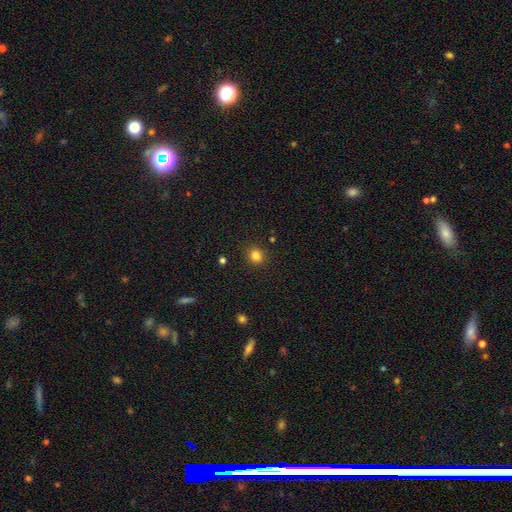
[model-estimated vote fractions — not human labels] Smooth or featured?
  - smooth: 83% *
  - star or artifact: 13%
  - featured or disk: 4%
How rounded?
  - round: 82% *
  - in between: 17%
  - cigar-shaped: 1%
Merging?
  - none: 89% *
  - minor disturbance: 7%
  - major disturbance: 2%
  - merger: 2%